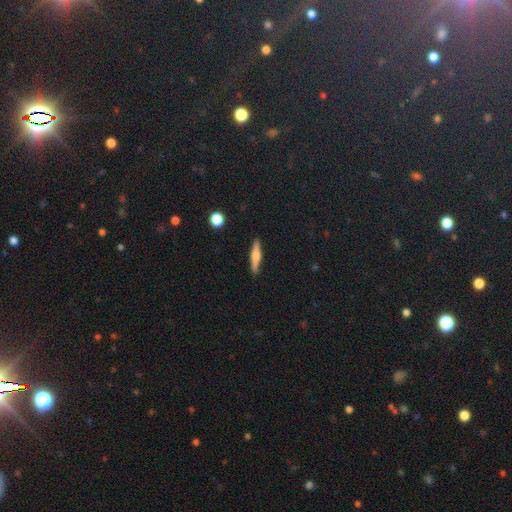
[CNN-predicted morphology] Smooth or featured?
  - featured or disk: 47% *
  - smooth: 46%
  - star or artifact: 7%
Merging?
  - none: 90% *
  - minor disturbance: 7%
  - major disturbance: 2%
  - merger: 1%